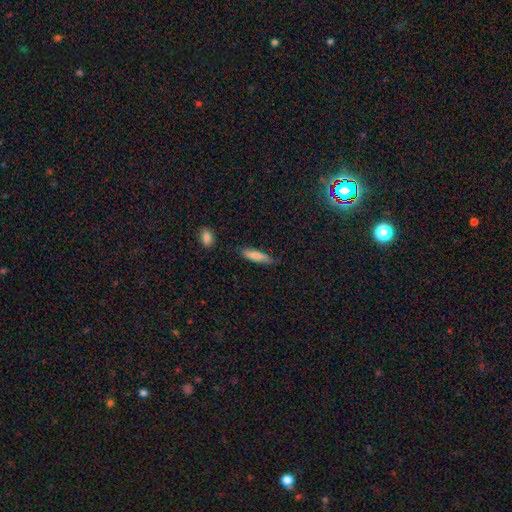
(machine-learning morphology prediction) smooth-or-featured: smooth: 74% | featured or disk: 19% | star or artifact: 7%
  how-rounded: cigar-shaped: 70% | in between: 28% | round: 2%
  merging: none: 74% | minor disturbance: 20% | major disturbance: 4% | merger: 2%